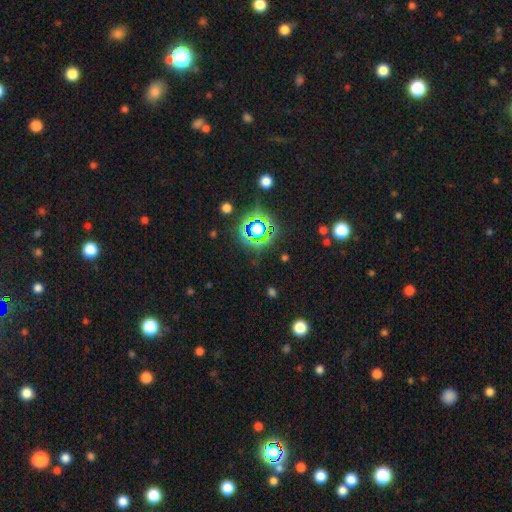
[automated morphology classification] Overall: star or artifact (77%).